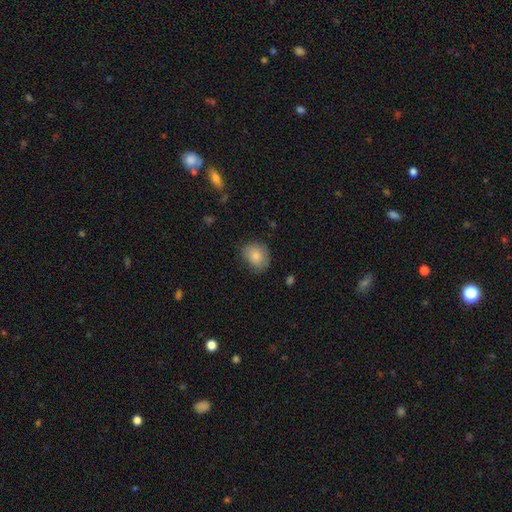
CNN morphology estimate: A smooth galaxy with no disk features (82%) that is round (51%).

Vote fractions:
- Smooth or featured? smooth: 82% / featured or disk: 10% / star or artifact: 8%
- How rounded? round: 51% / in between: 49% / cigar-shaped: 1%
- Merging? none: 66% / minor disturbance: 26% / major disturbance: 6% / merger: 1%